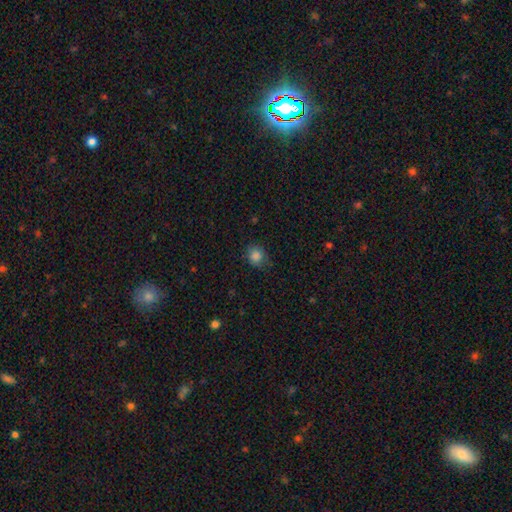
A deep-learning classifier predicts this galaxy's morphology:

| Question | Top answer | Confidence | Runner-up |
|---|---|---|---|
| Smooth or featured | smooth | 85% | star or artifact (11%) |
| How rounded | round | 69% | in between (30%) |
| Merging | none | 73% | minor disturbance (21%) |